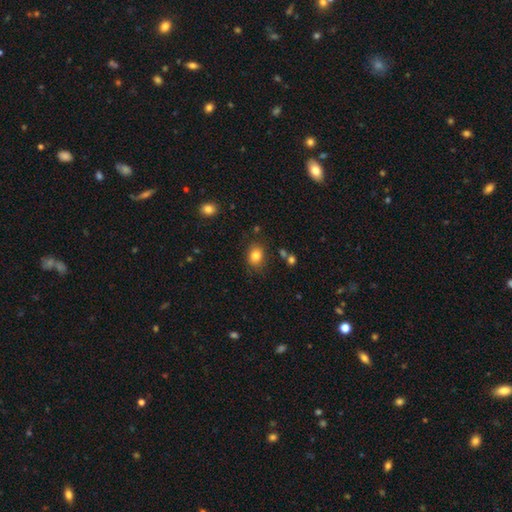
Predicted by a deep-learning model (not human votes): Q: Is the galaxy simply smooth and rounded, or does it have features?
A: smooth — 83%.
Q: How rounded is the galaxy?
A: in between — 55%.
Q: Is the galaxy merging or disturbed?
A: none — 81%.